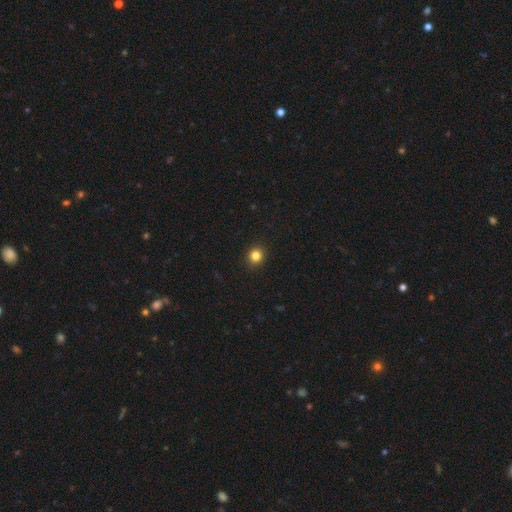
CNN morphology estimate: A smooth galaxy with no disk features (83%) that is round (85%).

Vote fractions:
- Smooth or featured? smooth: 83% / star or artifact: 12% / featured or disk: 4%
- How rounded? round: 85% / in between: 14% / cigar-shaped: 1%
- Merging? none: 92% / minor disturbance: 5% / major disturbance: 2% / merger: 1%